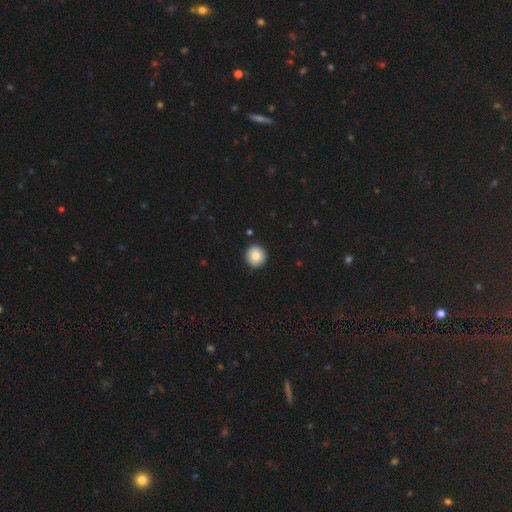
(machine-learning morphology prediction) type=smooth (85%); roundness=round (93%); merging=none (91%).